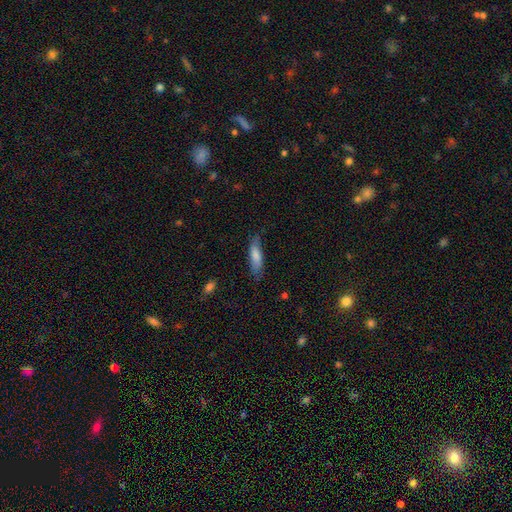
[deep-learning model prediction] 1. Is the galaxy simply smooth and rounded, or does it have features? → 77% smooth, 17% featured or disk, 6% star or artifact.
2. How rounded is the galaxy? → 61% cigar-shaped, 37% in between, 2% round.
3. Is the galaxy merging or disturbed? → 70% none, 23% minor disturbance, 5% major disturbance, 2% merger.